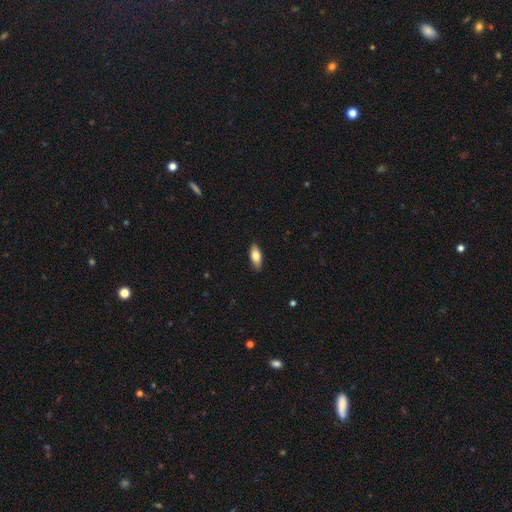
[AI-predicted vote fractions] A smooth galaxy with no disk features (72%) that is in between round and cigar-shaped (80%).

Vote fractions:
- Smooth or featured? smooth: 72% / featured or disk: 21% / star or artifact: 6%
- How rounded? in between: 80% / cigar-shaped: 17% / round: 3%
- Merging? none: 86% / minor disturbance: 11% / major disturbance: 2% / merger: 1%